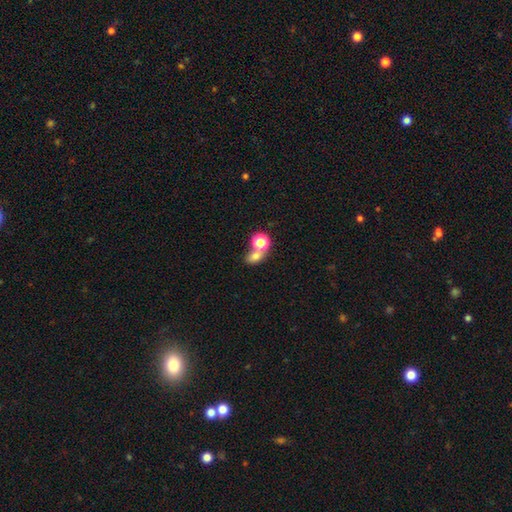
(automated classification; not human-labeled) A smooth galaxy with no disk features (72%) that is in between round and cigar-shaped (53%). Merging: merger (45%).